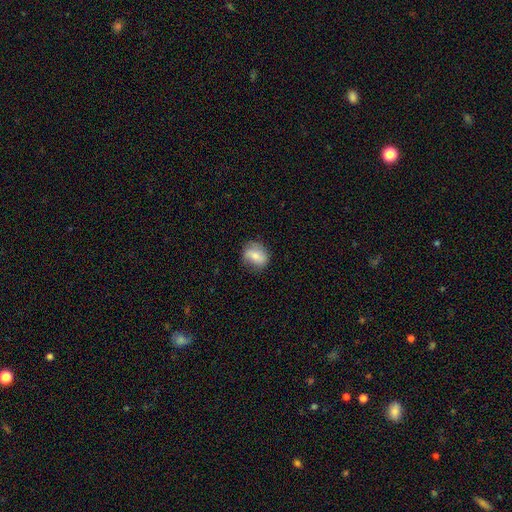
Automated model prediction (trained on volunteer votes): smooth 66%, featured or disk 25%, star or artifact 8%. Down the decision tree: how rounded — in between (54%); merging — none (71%).